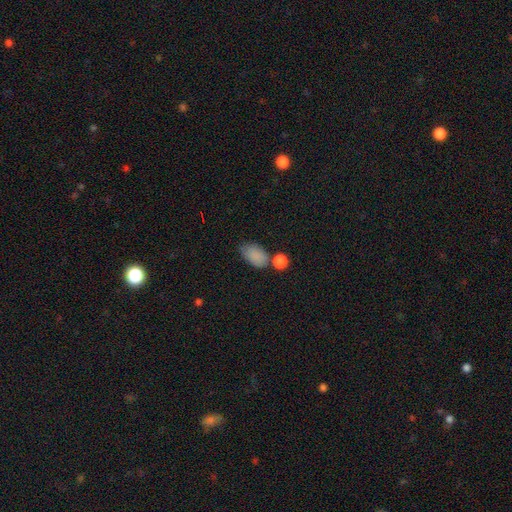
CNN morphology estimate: smooth_or_featured: smooth (p=0.85) [alt: star or artifact p=0.09]
how_rounded: in between (p=0.90) [alt: round p=0.08]
merging: none (p=0.57) [alt: minor disturbance p=0.23]